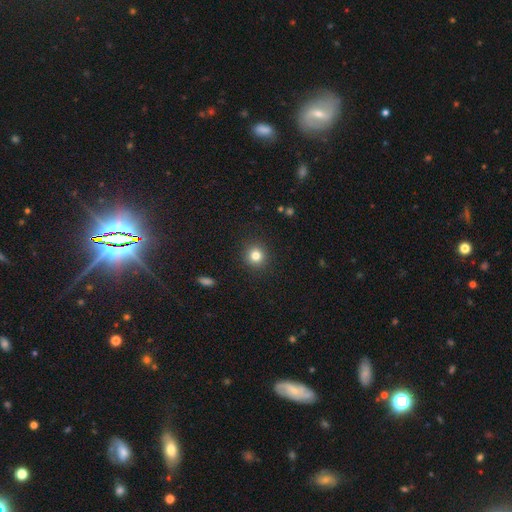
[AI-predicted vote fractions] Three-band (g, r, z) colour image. It shows a smooth galaxy with no disk features (82%) that is round (92%). Merging: none (91%).